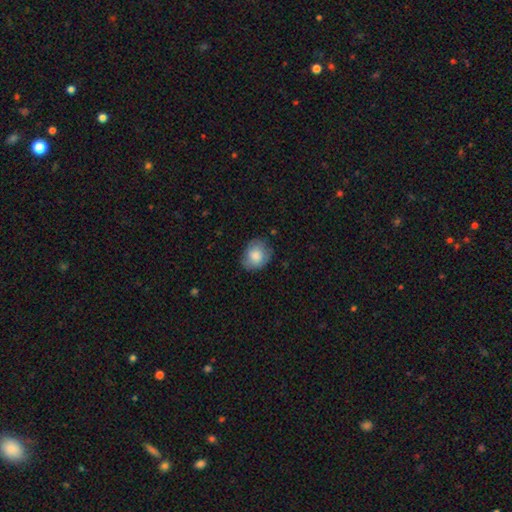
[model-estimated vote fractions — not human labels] Q: Smooth or featured?
A: smooth (80%); runner-up: featured or disk (13%)
Q: How rounded?
A: round (58%); runner-up: in between (41%)
Q: Merging?
A: none (72%); runner-up: minor disturbance (22%)